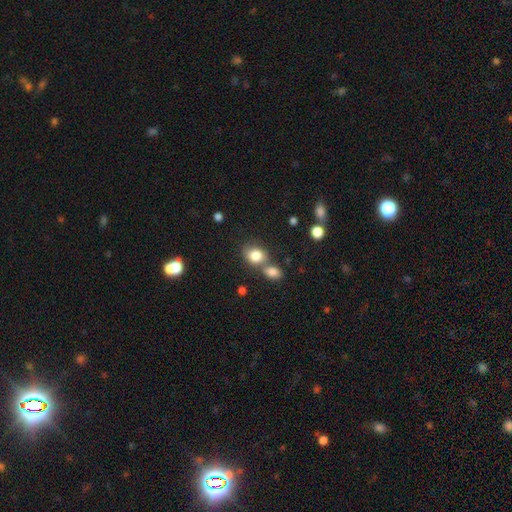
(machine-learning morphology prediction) A smooth galaxy with no disk features (82%) that is round (50%).

Vote fractions:
- Smooth or featured? smooth: 82% / star or artifact: 10% / featured or disk: 8%
- How rounded? round: 50% / in between: 49% / cigar-shaped: 1%
- Merging? none: 45% / merger: 40% / minor disturbance: 11% / major disturbance: 4%